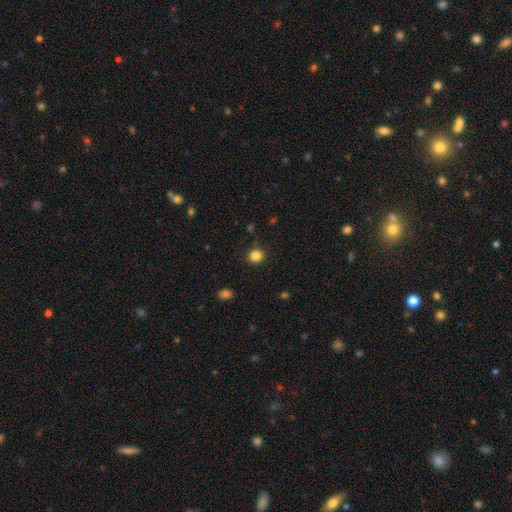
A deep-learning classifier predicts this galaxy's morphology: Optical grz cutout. It shows a smooth galaxy with no disk features (84%) that is round (84%). Merging: none (89%).